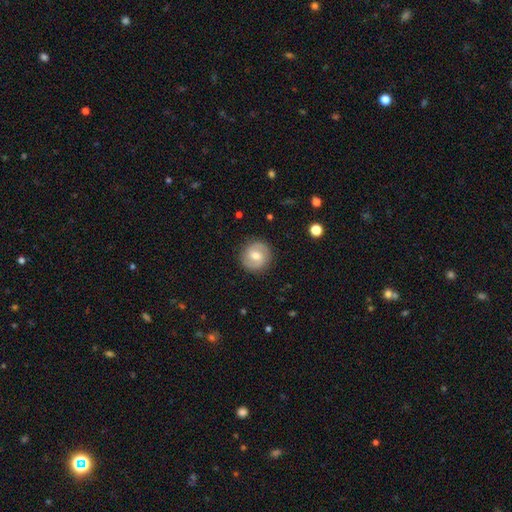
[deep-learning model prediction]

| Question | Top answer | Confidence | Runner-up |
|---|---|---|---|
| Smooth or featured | featured or disk | 58% | smooth (35%) |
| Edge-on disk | no | 98% | yes (2%) |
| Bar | weak | 48% | no (38%) |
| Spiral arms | yes | 84% | no (16%) |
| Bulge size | moderate | 71% | small (22%) |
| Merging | none | 88% | minor disturbance (8%) |